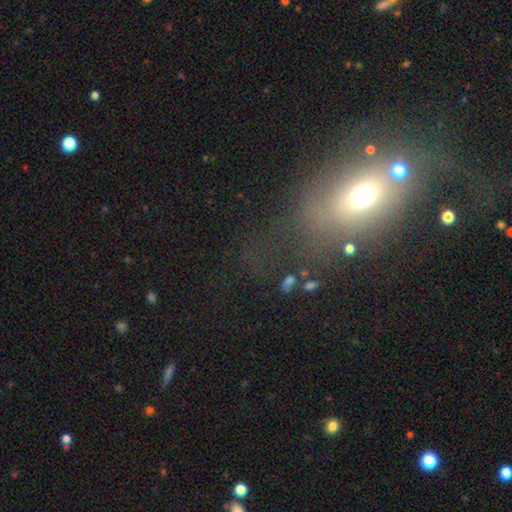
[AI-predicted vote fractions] Smooth or featured: smooth — 49% (star or artifact — 29%)
Merging: none — 53% (major disturbance — 21%)